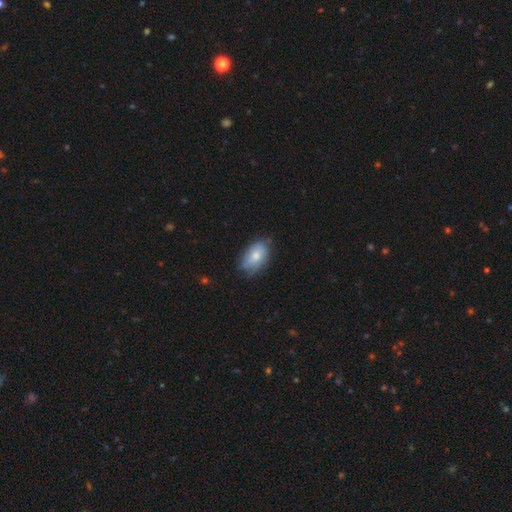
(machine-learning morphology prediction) Smooth or featured?
  - smooth: 67% *
  - featured or disk: 27%
  - star or artifact: 7%
How rounded?
  - in between: 90% *
  - round: 8%
  - cigar-shaped: 2%
Merging?
  - none: 58% *
  - minor disturbance: 32%
  - major disturbance: 8%
  - merger: 2%